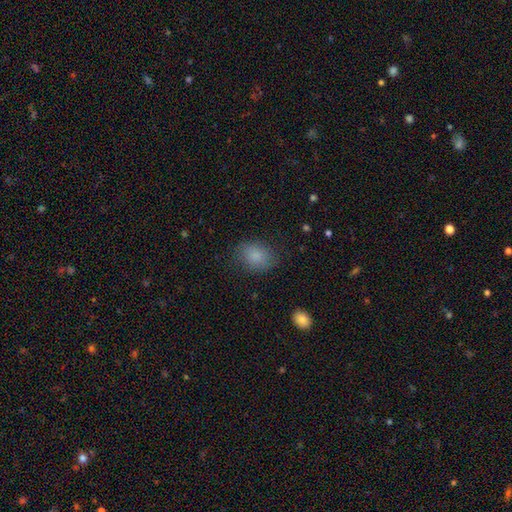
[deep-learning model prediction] Smooth or featured: smooth — 85% (star or artifact — 9%)
How rounded: in between — 69% (round — 30%)
Merging: none — 79% (minor disturbance — 15%)